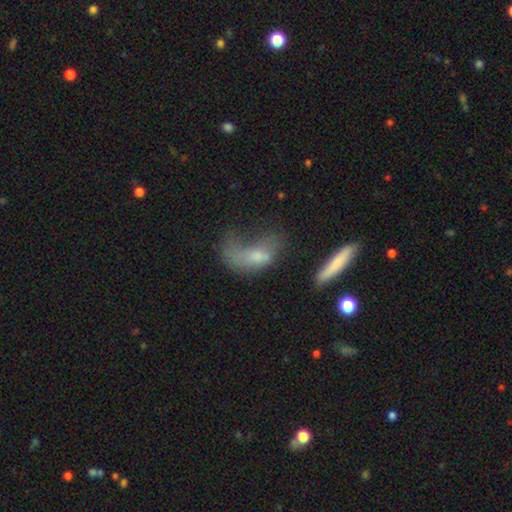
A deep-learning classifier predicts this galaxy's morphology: Smooth or featured: smooth — 55% (featured or disk — 34%)
How rounded: in between — 70% (cigar-shaped — 20%)
Merging: major disturbance — 56% (none — 17%)